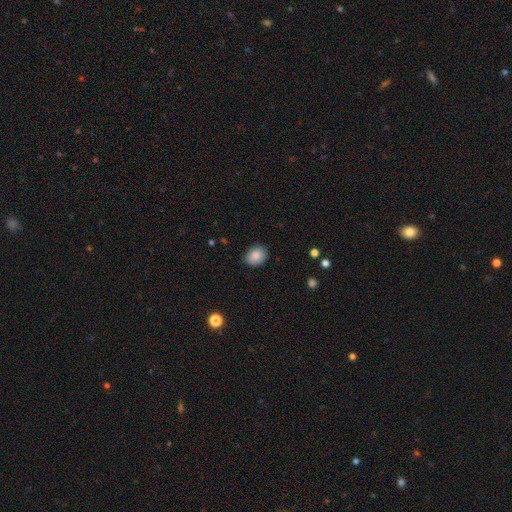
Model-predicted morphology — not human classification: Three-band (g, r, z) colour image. It shows a smooth galaxy with no disk features (87%) that is in between round and cigar-shaped (59%). Merging: none (87%).